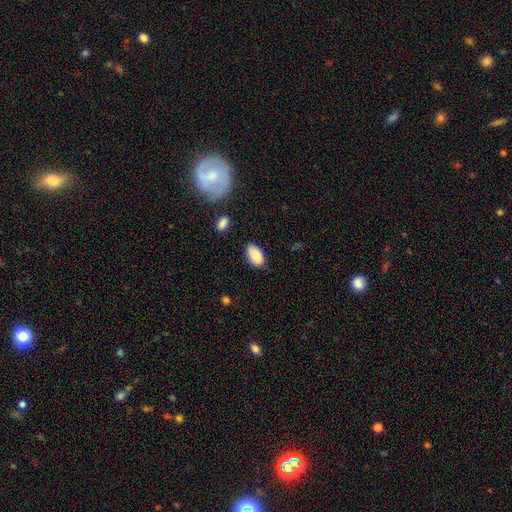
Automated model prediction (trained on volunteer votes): Smooth or featured? smooth (88%)
How rounded? in between (94%)
Merging? none (72%)